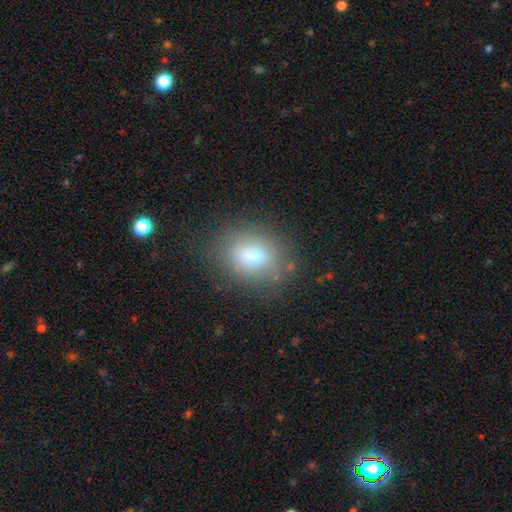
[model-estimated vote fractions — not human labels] Smooth or featured?
  - smooth: 63% *
  - featured or disk: 23%
  - star or artifact: 14%
How rounded?
  - round: 52% *
  - in between: 46%
  - cigar-shaped: 2%
Merging?
  - none: 74% *
  - minor disturbance: 16%
  - major disturbance: 7%
  - merger: 4%